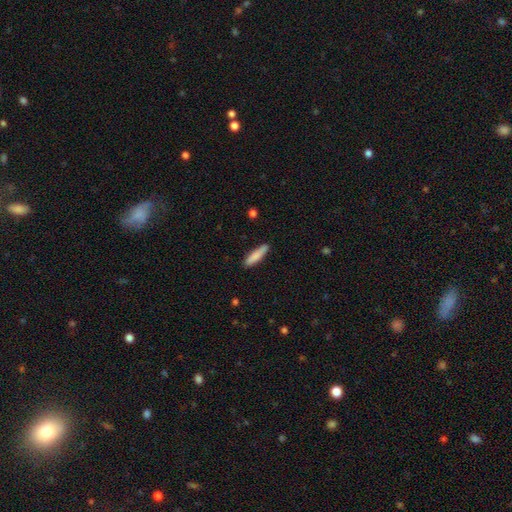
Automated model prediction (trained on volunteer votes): Smooth or featured? smooth (84%)
How rounded? cigar-shaped (81%)
Merging? none (87%)